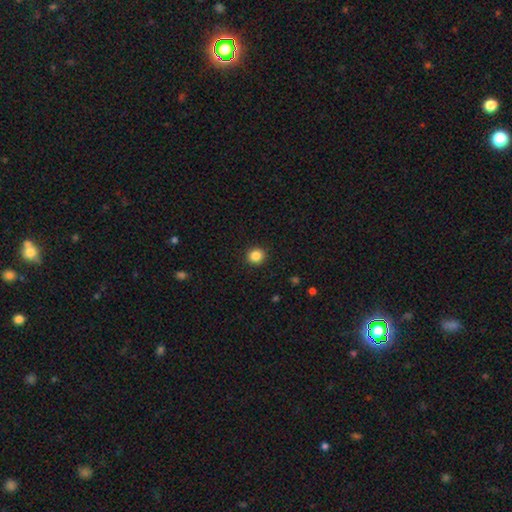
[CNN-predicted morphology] Overall: smooth (86%). How rounded: round (90%). Merging: none (92%).